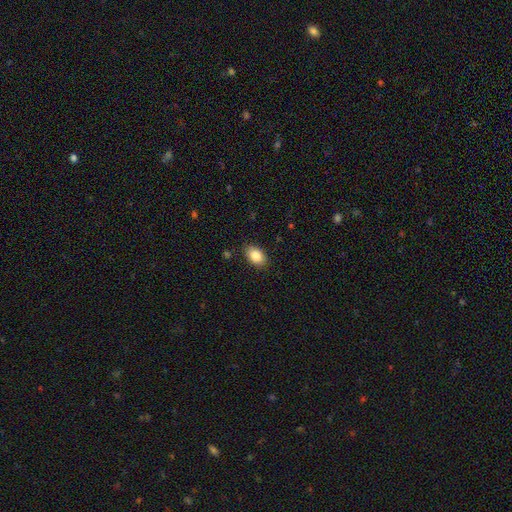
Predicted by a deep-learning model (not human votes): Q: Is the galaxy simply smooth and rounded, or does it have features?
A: smooth — 87%.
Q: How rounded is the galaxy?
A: in between — 87%.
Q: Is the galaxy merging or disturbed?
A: none — 86%.